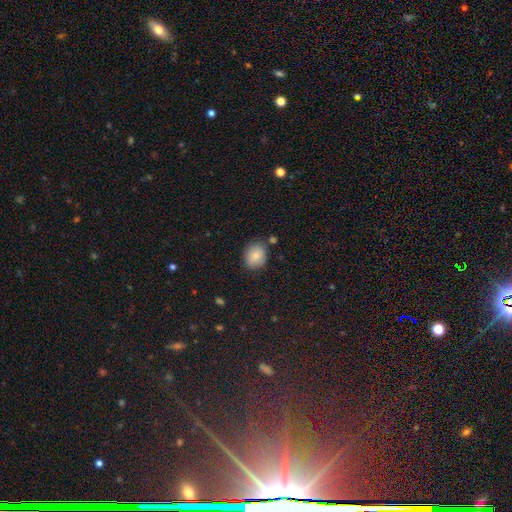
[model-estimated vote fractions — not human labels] Smooth or featured?
  - smooth: 82% *
  - star or artifact: 9%
  - featured or disk: 9%
How rounded?
  - round: 60% *
  - in between: 39%
  - cigar-shaped: 1%
Merging?
  - none: 78% *
  - minor disturbance: 14%
  - merger: 5%
  - major disturbance: 3%